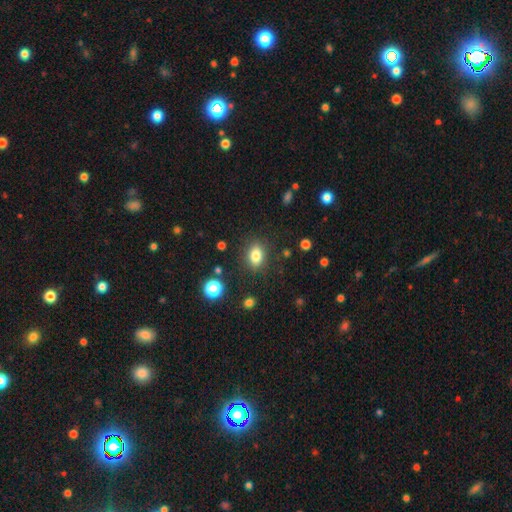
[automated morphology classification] A smooth galaxy with no disk features (81%) that is in between round and cigar-shaped (70%). Merging: none (84%).